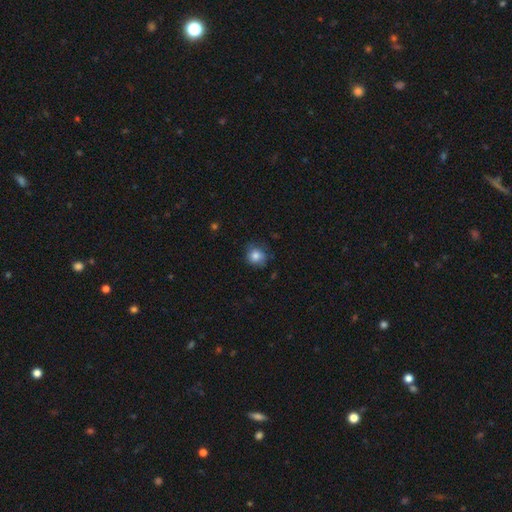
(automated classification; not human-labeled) Smooth or featured? Predicted: smooth (p=0.82). How rounded? Predicted: round (p=0.81). Merging? Predicted: none (p=0.74).